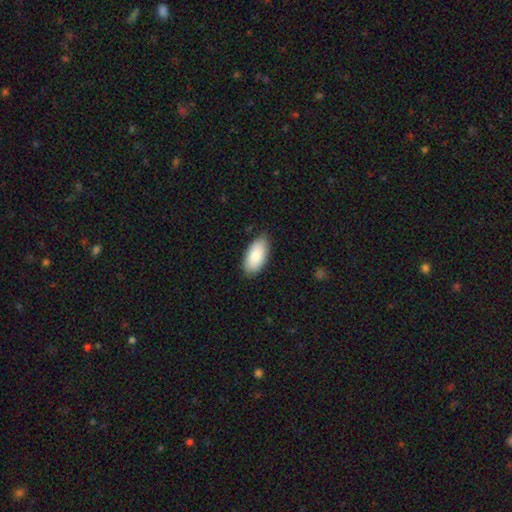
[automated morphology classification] smooth_or_featured: smooth (p=0.84) [alt: featured or disk p=0.10]
how_rounded: in between (p=0.94) [alt: cigar-shaped p=0.04]
merging: none (p=0.82) [alt: minor disturbance p=0.15]